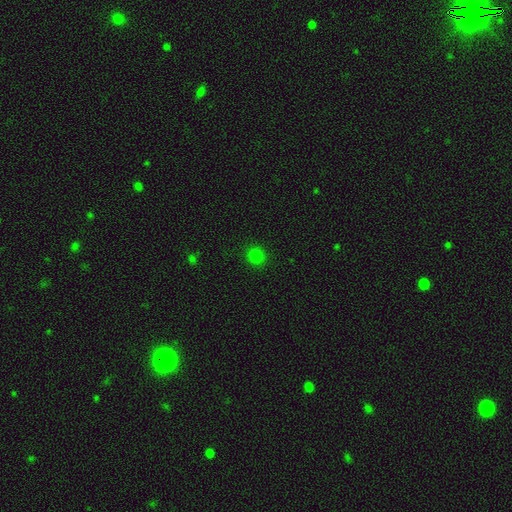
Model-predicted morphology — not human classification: Smooth or featured? smooth (80%)
How rounded? round (92%)
Merging? none (92%)